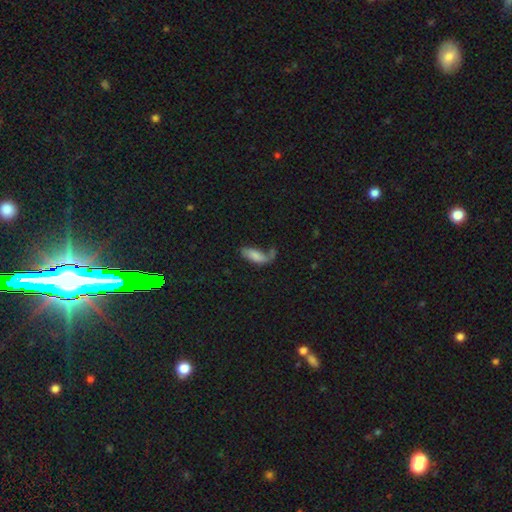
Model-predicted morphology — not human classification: Smooth or featured? Predicted: smooth (p=0.73). How rounded? Predicted: in between (p=0.76). Merging? Predicted: none (p=0.36).